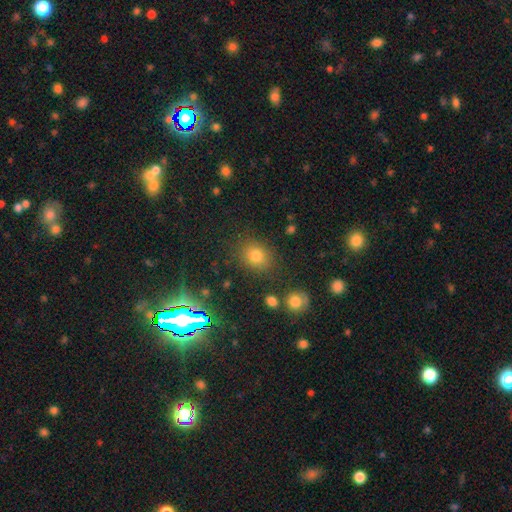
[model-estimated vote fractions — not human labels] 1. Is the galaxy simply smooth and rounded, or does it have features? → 74% smooth, 18% star or artifact, 7% featured or disk.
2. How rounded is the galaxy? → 66% round, 32% in between, 1% cigar-shaped.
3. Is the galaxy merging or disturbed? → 83% none, 10% minor disturbance, 4% major disturbance, 3% merger.